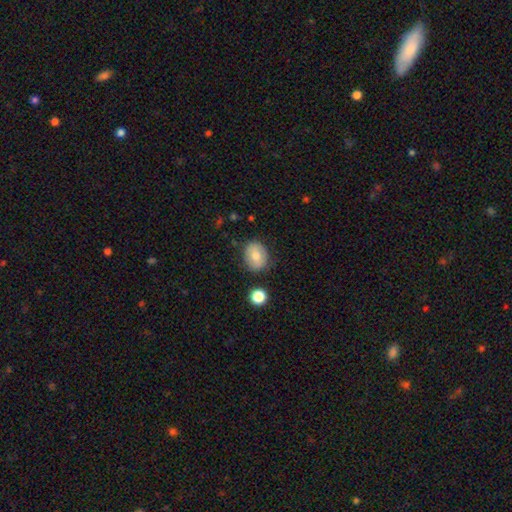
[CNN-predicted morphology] Smooth or featured: smooth — 73% (featured or disk — 18%)
How rounded: round — 57% (in between — 42%)
Merging: none — 79% (minor disturbance — 14%)